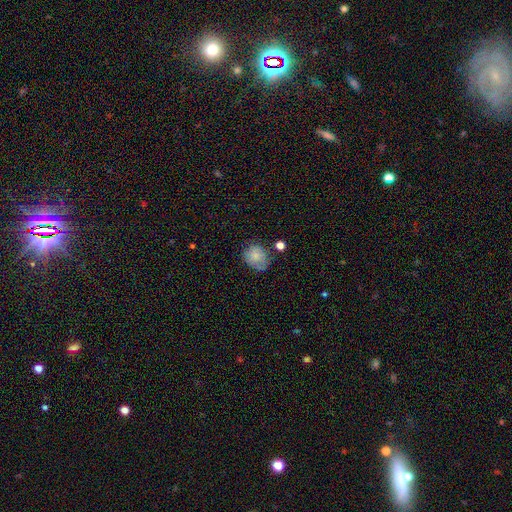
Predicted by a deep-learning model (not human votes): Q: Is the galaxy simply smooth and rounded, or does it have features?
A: smooth — 76%.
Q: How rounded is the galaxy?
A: round — 63%.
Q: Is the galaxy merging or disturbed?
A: none — 52%.